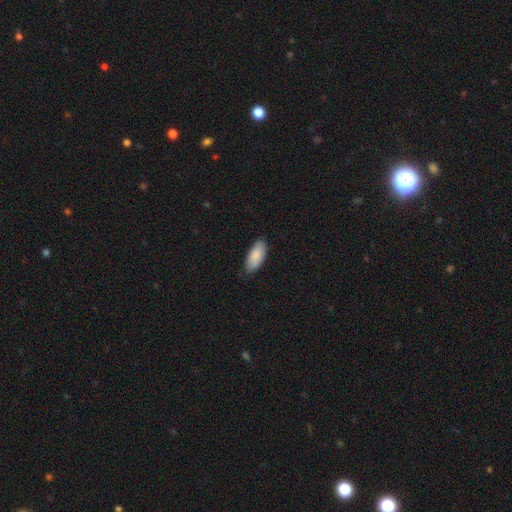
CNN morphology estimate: Smooth or featured?
  - smooth: 87% *
  - featured or disk: 7%
  - star or artifact: 6%
How rounded?
  - in between: 88% *
  - cigar-shaped: 10%
  - round: 2%
Merging?
  - none: 80% *
  - minor disturbance: 17%
  - major disturbance: 2%
  - merger: 1%